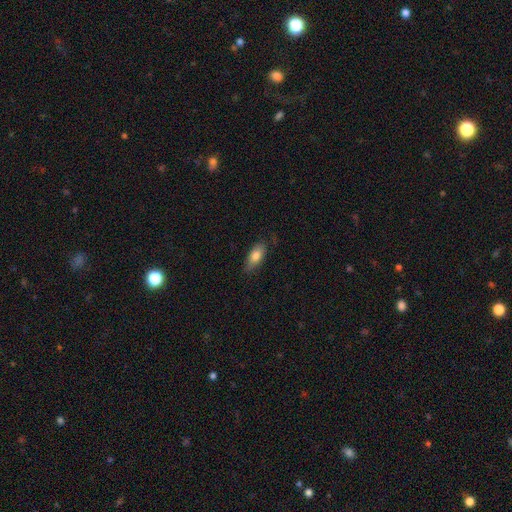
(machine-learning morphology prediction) This appears to be a smooth galaxy with no disk features (78%) that is in between round and cigar-shaped (83%). Merging: none (75%).